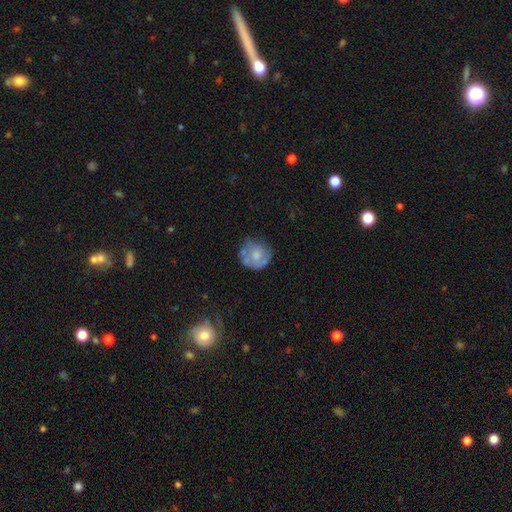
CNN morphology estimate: type=smooth (55%); roundness=round (86%); merging=none (56%).